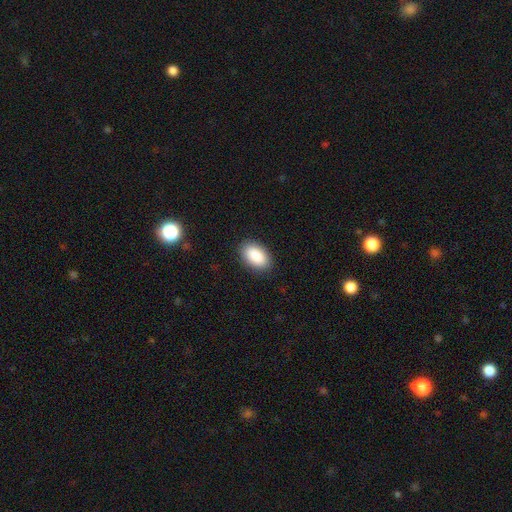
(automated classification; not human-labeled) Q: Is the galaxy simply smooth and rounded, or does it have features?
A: smooth — 90%.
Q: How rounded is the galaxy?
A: in between — 93%.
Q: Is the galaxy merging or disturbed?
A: none — 88%.